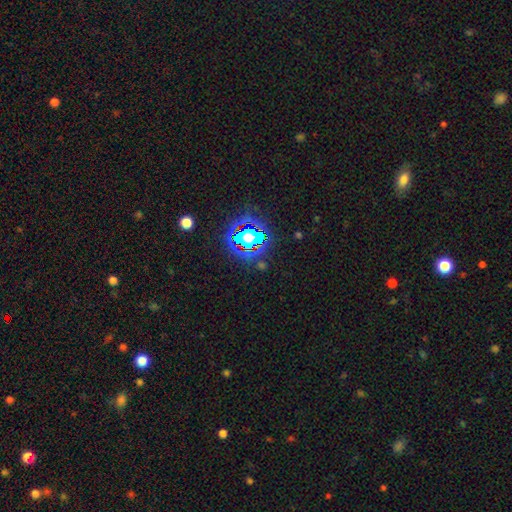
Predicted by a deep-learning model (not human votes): star or artifact 83%, smooth 10%, featured or disk 7%.